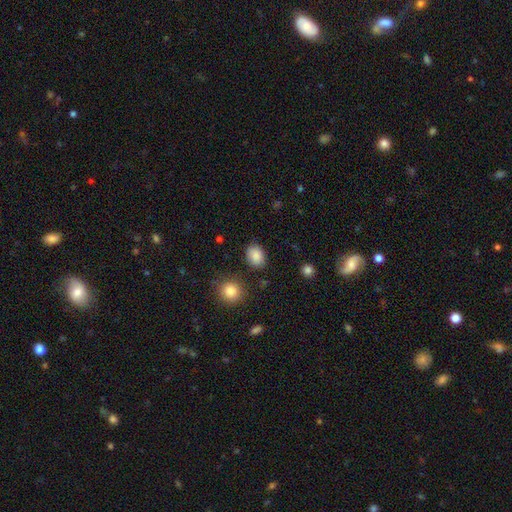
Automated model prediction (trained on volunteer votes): This is clearly a smooth galaxy (87%). How rounded: likely in between (64%). Merging: clearly none (82%).